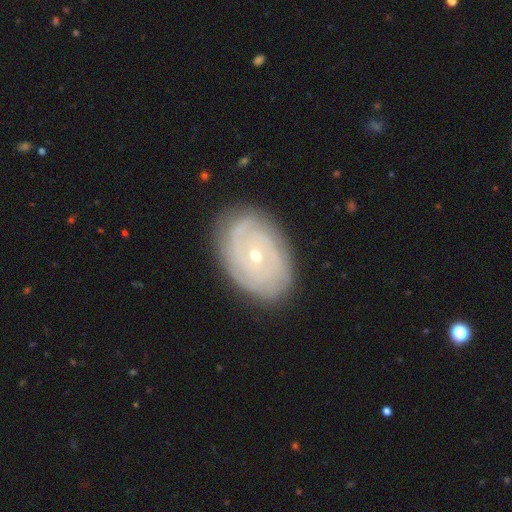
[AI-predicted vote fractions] Morphology: type=featured or disk (81%); edge-on=no (96%); bar=no (76%); spiral arms=yes (90%); winding=tight (80%); arm count=can't tell (40%); bulge=small (63%); merging=none (83%).